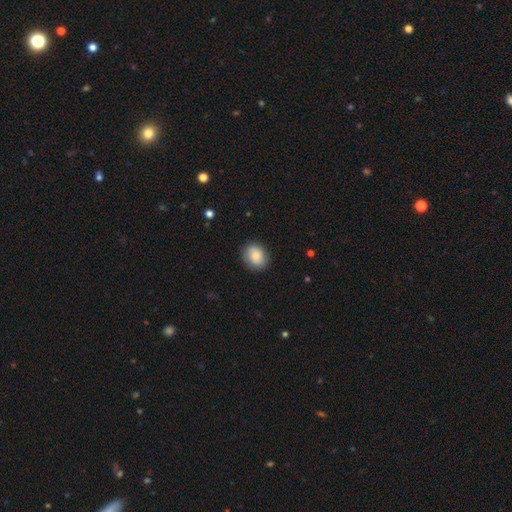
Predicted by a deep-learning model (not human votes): A smooth galaxy with no disk features (82%) that is round (55%). Merging: none (86%).